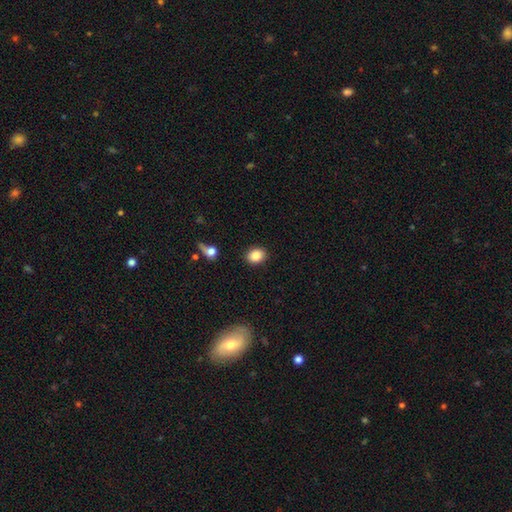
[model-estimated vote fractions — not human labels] Smooth or featured? Predicted: smooth (p=0.86). How rounded? Predicted: round (p=0.52). Merging? Predicted: none (p=0.88).